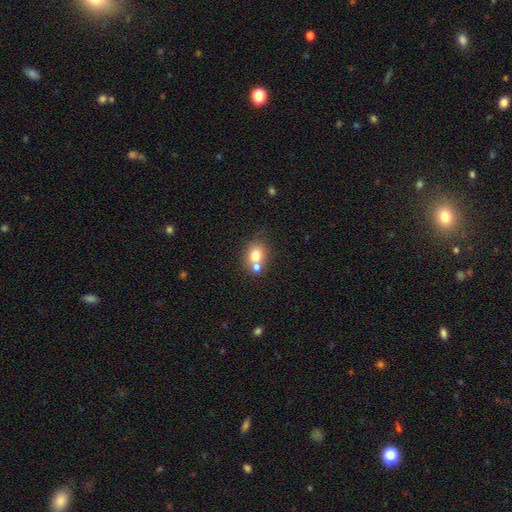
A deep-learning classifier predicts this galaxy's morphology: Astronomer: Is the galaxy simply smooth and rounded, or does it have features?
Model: smooth — 74%.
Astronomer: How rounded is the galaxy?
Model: round — 63%.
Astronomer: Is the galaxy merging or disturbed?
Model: merger — 44% (runner-up: none, 43%).